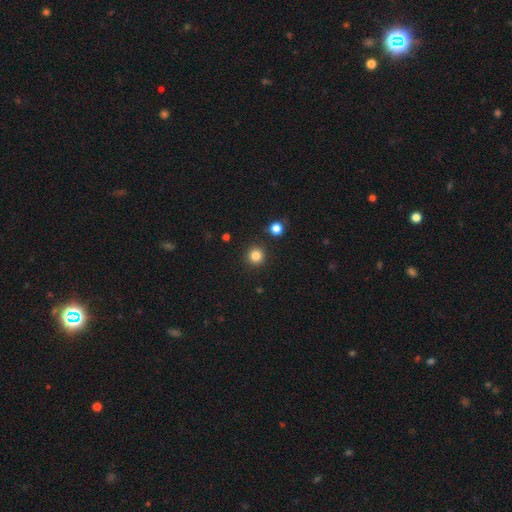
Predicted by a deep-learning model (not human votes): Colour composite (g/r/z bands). It shows a smooth galaxy with no disk features (83%) that is round (95%). Merging: none (91%).